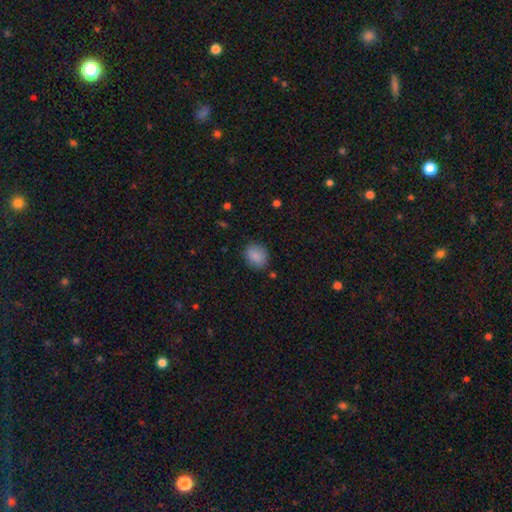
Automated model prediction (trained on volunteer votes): smooth-or-featured: smooth: 87% | star or artifact: 8% | featured or disk: 5%
  how-rounded: round: 62% | in between: 37% | cigar-shaped: 1%
  merging: none: 84% | minor disturbance: 12% | major disturbance: 3% | merger: 2%